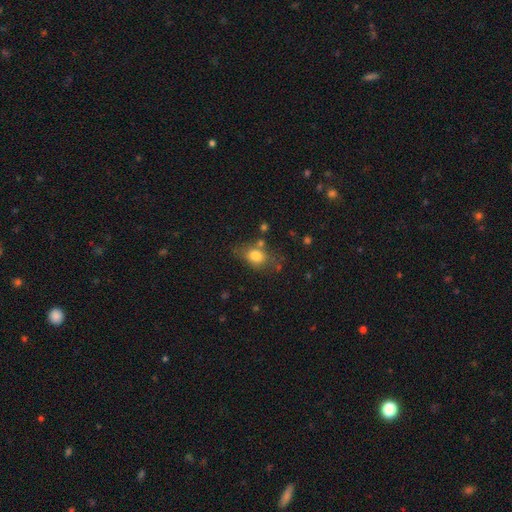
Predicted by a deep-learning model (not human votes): Smooth or featured: smooth — 78% (featured or disk — 12%)
How rounded: in between — 62% (round — 36%)
Merging: none — 62% (minor disturbance — 21%)